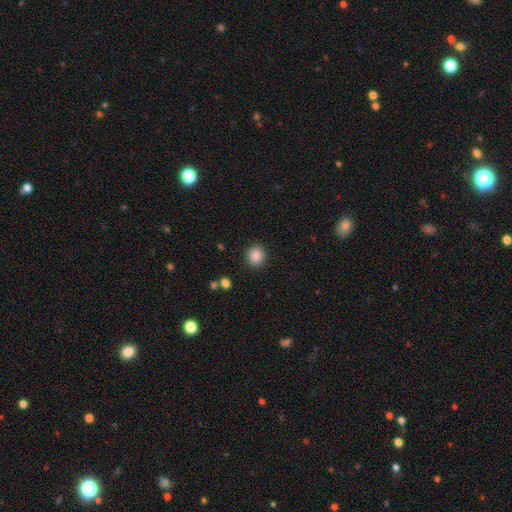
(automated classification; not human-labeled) smooth-or-featured: smooth: 87% | star or artifact: 9% | featured or disk: 4%
  how-rounded: round: 79% | in between: 20% | cigar-shaped: 1%
  merging: none: 90% | minor disturbance: 6% | major disturbance: 2% | merger: 1%